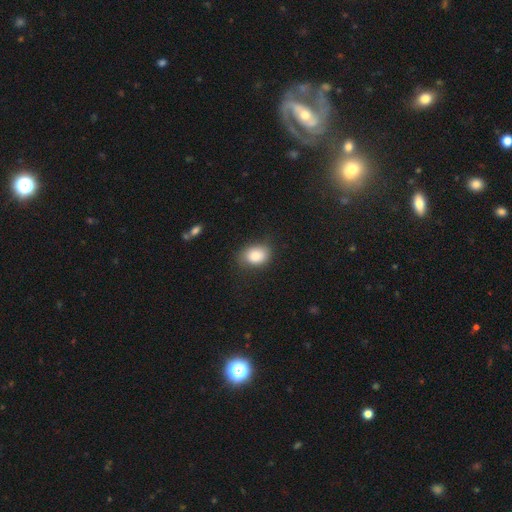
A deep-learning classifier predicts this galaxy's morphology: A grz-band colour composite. It shows a smooth galaxy with no disk features (83%) that is in between round and cigar-shaped (65%). Merging: none (74%).